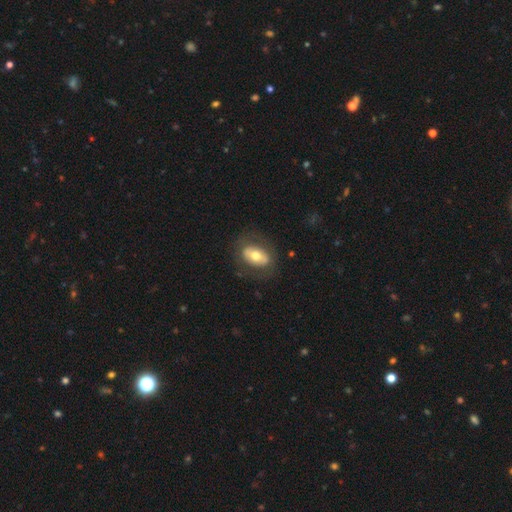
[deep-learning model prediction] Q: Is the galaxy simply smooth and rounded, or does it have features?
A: smooth — 56%.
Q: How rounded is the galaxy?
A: in between — 85%.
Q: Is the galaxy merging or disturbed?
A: none — 76%.